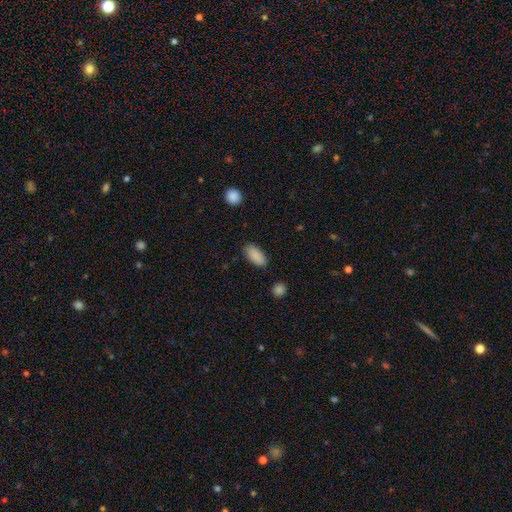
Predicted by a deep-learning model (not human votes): Smooth or featured: smooth — 90% (star or artifact — 7%)
How rounded: in between — 91% (cigar-shaped — 6%)
Merging: none — 86% (minor disturbance — 10%)